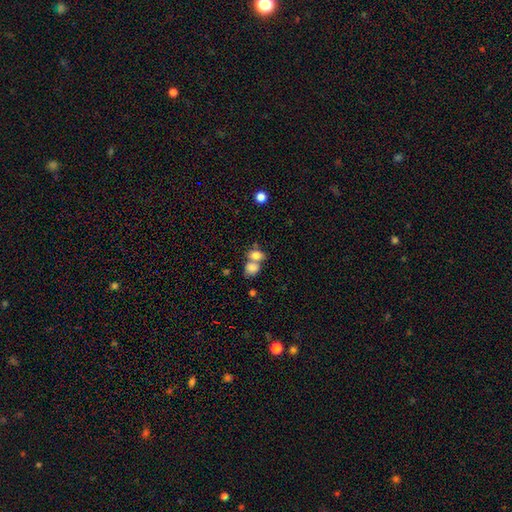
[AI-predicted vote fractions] Smooth or featured?
  - smooth: 79% *
  - featured or disk: 11%
  - star or artifact: 10%
How rounded?
  - in between: 69% *
  - round: 29%
  - cigar-shaped: 2%
Merging?
  - merger: 60% *
  - none: 27%
  - minor disturbance: 8%
  - major disturbance: 5%